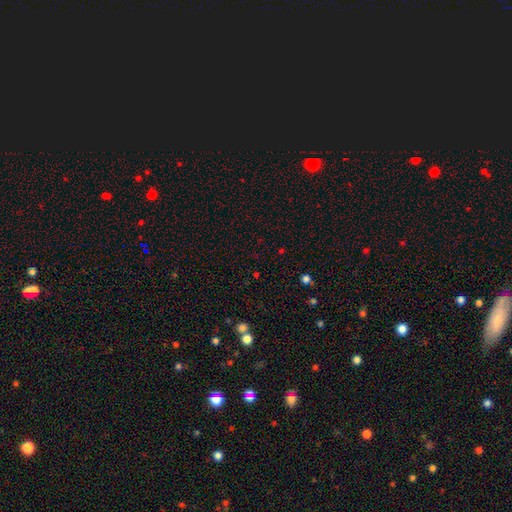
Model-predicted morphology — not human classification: smooth_or_featured: star or artifact (p=0.58) [alt: smooth p=0.35]